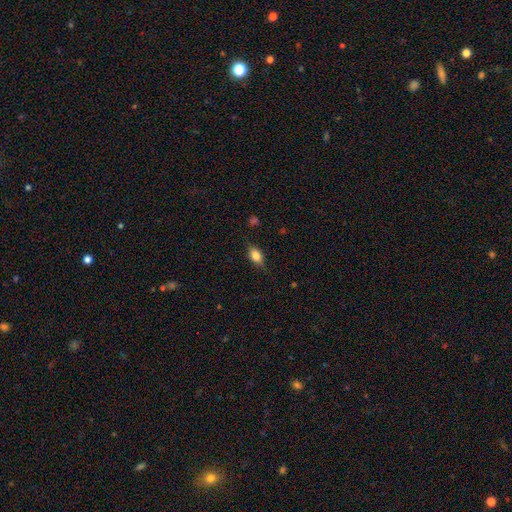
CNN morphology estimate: The model was most divided on "merging": none: 80%, minor disturbance: 16%, major disturbance: 3%, merger: 1%. More confident: how rounded — in between (83%); smooth or featured — smooth (81%).